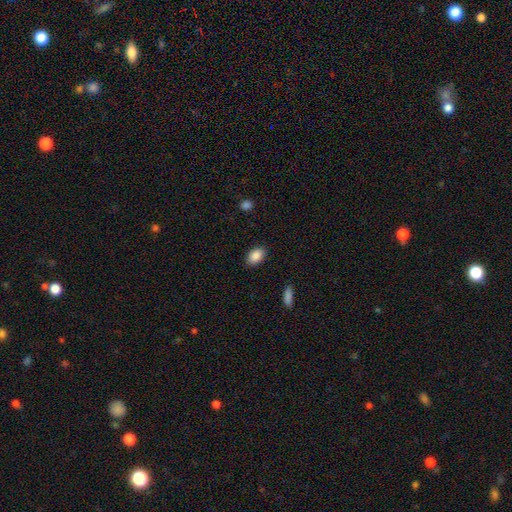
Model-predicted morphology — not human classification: Q: Smooth or featured?
A: smooth (89%); runner-up: star or artifact (7%)
Q: How rounded?
A: in between (89%); runner-up: round (10%)
Q: Merging?
A: none (87%); runner-up: minor disturbance (9%)